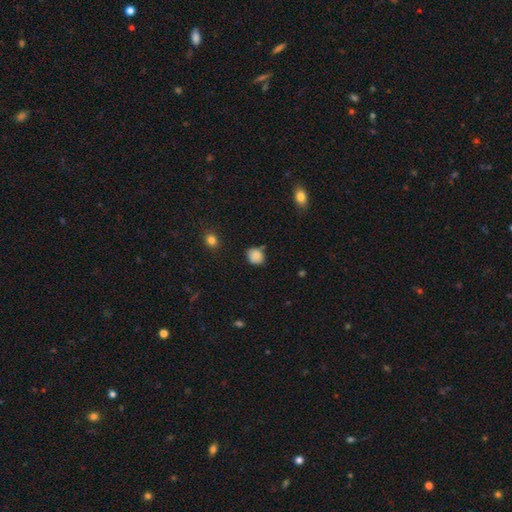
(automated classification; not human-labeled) Q: Smooth or featured?
A: smooth (86%); runner-up: star or artifact (10%)
Q: How rounded?
A: round (75%); runner-up: in between (24%)
Q: Merging?
A: none (73%); runner-up: minor disturbance (20%)